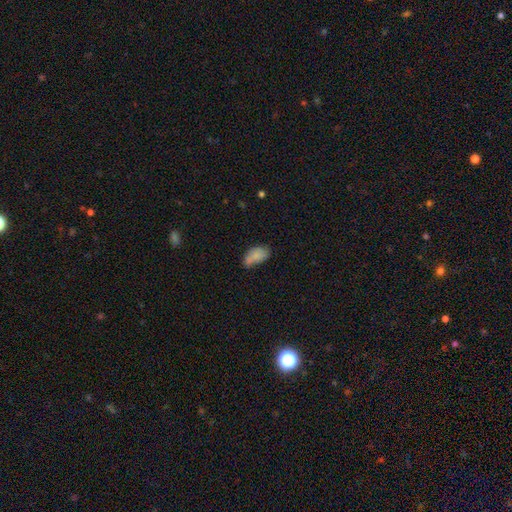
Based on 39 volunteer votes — Morphology: type=smooth (82%); roundness=in between (91%); merging=none (51%).